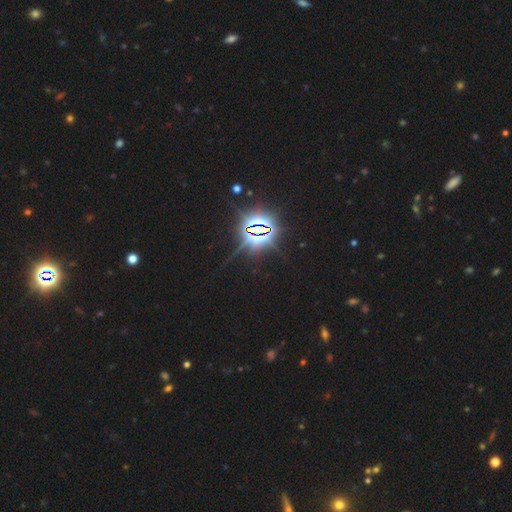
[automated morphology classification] Smooth or featured: star or artifact — 86% (smooth — 8%)